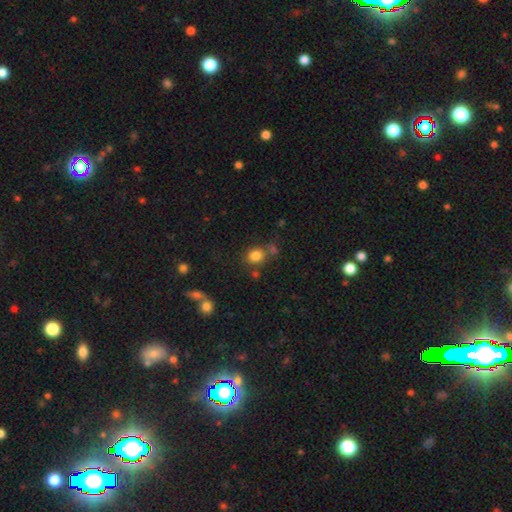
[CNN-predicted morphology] Smooth or featured? Predicted: smooth (p=0.82). How rounded? Predicted: round (p=0.71). Merging? Predicted: none (p=0.67).